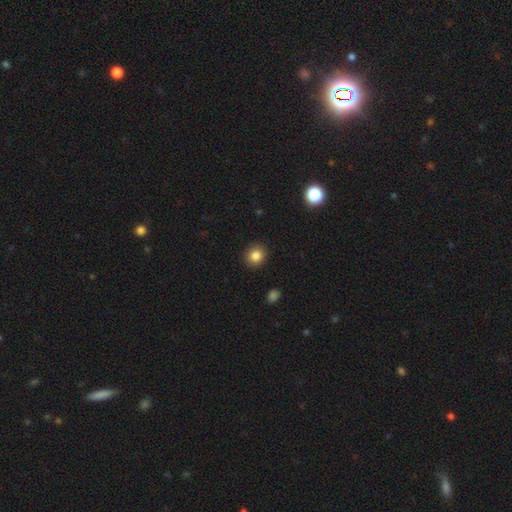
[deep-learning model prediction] A smooth galaxy with no disk features (84%) that is round (88%). Merging: none (92%).